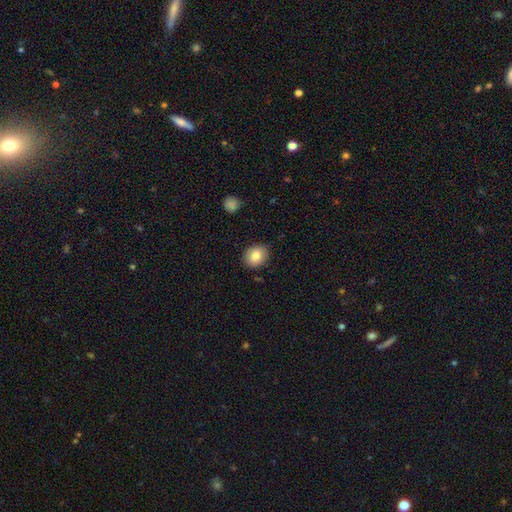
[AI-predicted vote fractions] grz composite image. It shows a smooth galaxy with no disk features (82%) that is round (54%). Merging: none (87%).